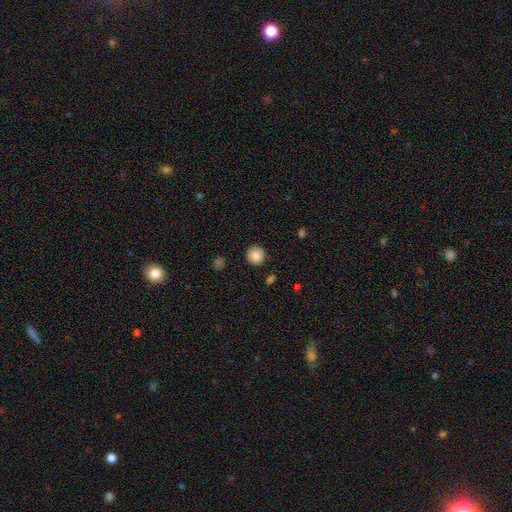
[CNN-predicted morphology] This is clearly a smooth galaxy (83%). How rounded: clearly round (90%). Merging: clearly none (89%).